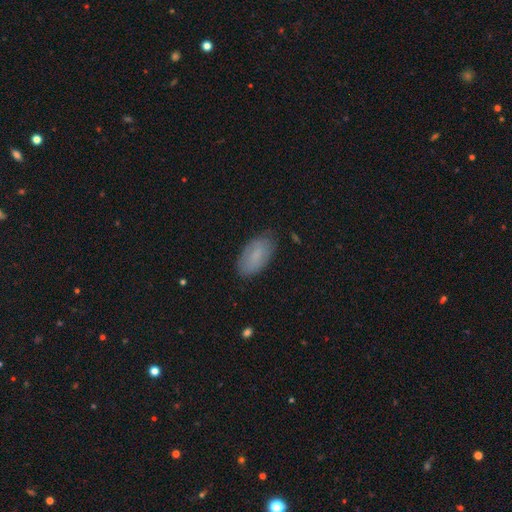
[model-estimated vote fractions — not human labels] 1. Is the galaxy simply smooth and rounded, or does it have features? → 76% smooth, 17% featured or disk, 7% star or artifact.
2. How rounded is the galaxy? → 93% in between, 3% cigar-shaped, 3% round.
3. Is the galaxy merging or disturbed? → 77% none, 18% minor disturbance, 4% major disturbance, 1% merger.